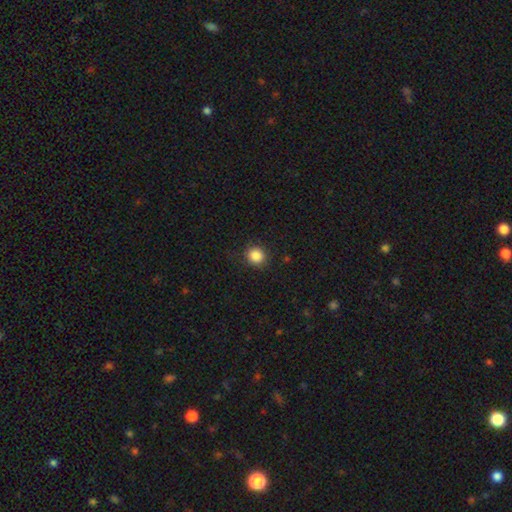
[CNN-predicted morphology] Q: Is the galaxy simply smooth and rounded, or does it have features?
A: smooth — 87%.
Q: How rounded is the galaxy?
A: round — 90%.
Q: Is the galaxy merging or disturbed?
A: none — 86%.